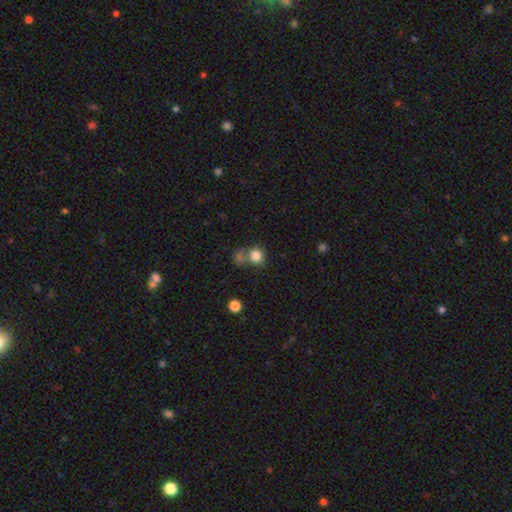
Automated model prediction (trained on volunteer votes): A smooth galaxy with no disk features (82%) that is round (84%).

Vote fractions:
- Smooth or featured? smooth: 82% / star or artifact: 12% / featured or disk: 6%
- How rounded? round: 84% / in between: 15% / cigar-shaped: 1%
- Merging? none: 57% / merger: 27% / minor disturbance: 11% / major disturbance: 5%